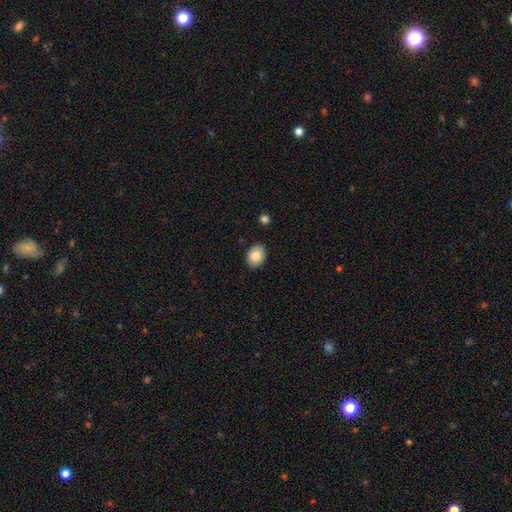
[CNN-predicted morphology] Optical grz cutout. It shows a smooth galaxy with no disk features (82%) that is in between round and cigar-shaped (73%). Merging: none (88%).